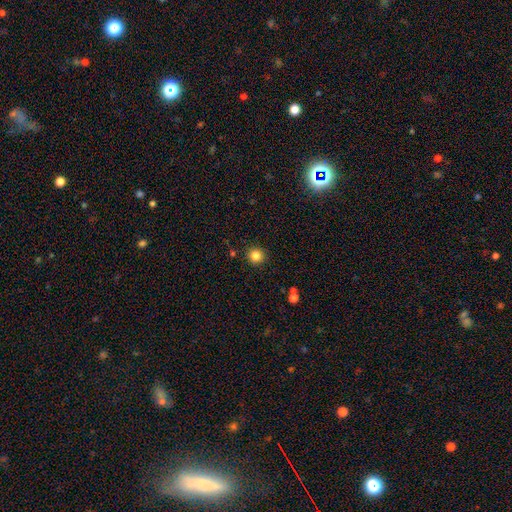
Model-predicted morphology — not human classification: Overall: smooth (84%). How rounded: round (94%). Merging: none (91%).